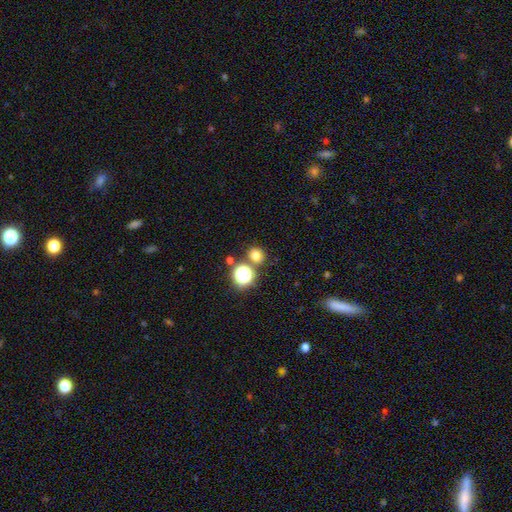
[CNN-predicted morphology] Smooth or featured?
  - smooth: 74% *
  - star or artifact: 20%
  - featured or disk: 6%
How rounded?
  - round: 82% *
  - in between: 17%
  - cigar-shaped: 1%
Merging?
  - none: 78% *
  - merger: 12%
  - minor disturbance: 7%
  - major disturbance: 3%